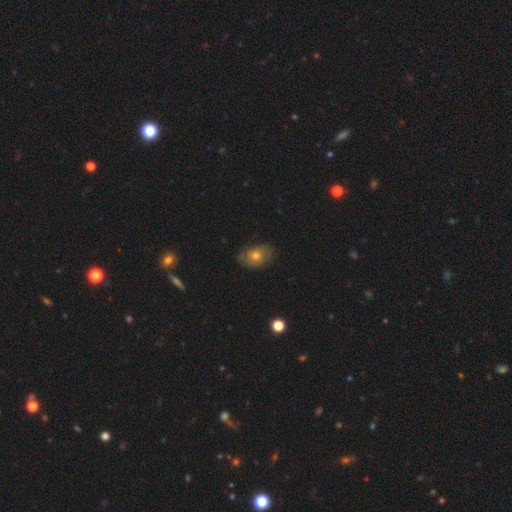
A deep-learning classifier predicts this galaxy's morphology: type=smooth (55%); roundness=in between (72%); merging=none (74%).